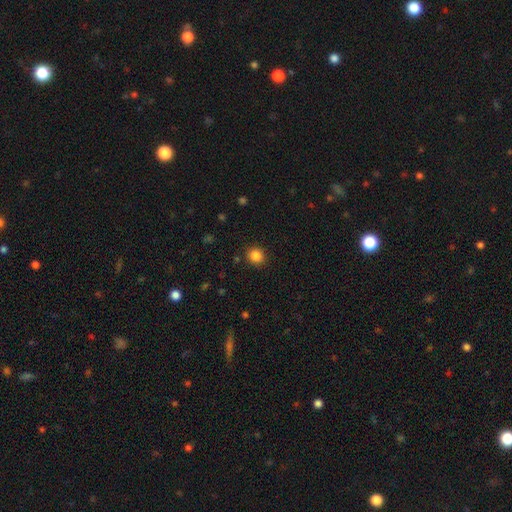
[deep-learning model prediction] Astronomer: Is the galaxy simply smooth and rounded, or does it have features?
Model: smooth — 85%.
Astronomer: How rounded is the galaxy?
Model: round — 86%.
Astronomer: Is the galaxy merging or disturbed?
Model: none — 90%.